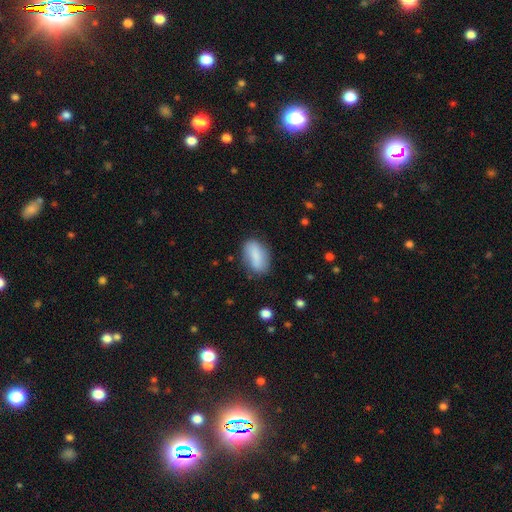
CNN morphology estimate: This appears to be a smooth galaxy with no disk features (80%) that is in between round and cigar-shaped (86%). Merging: none (73%).